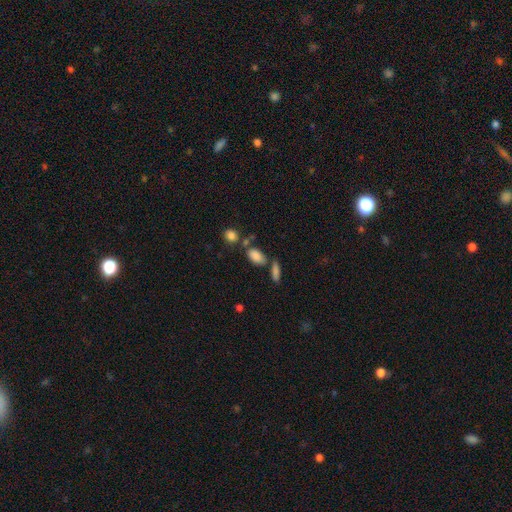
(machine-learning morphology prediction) Smooth or featured: smooth — 84% (star or artifact — 9%)
How rounded: in between — 90% (round — 6%)
Merging: none — 60% (merger — 21%)